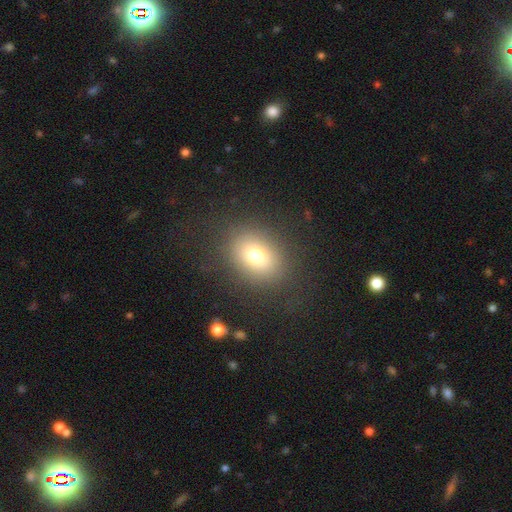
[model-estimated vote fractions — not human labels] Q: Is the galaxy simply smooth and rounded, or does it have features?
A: smooth — 74%.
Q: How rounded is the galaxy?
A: in between — 55%.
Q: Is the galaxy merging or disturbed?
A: none — 83%.